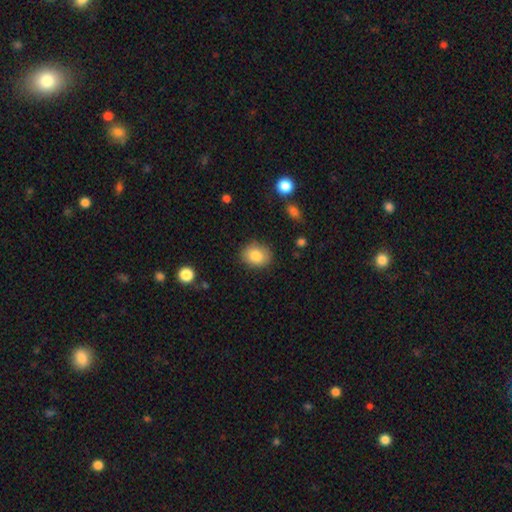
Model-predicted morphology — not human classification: Smooth or featured?
  - smooth: 83% *
  - featured or disk: 9%
  - star or artifact: 8%
How rounded?
  - round: 50% *
  - in between: 49%
  - cigar-shaped: 1%
Merging?
  - none: 84% *
  - minor disturbance: 12%
  - major disturbance: 3%
  - merger: 1%